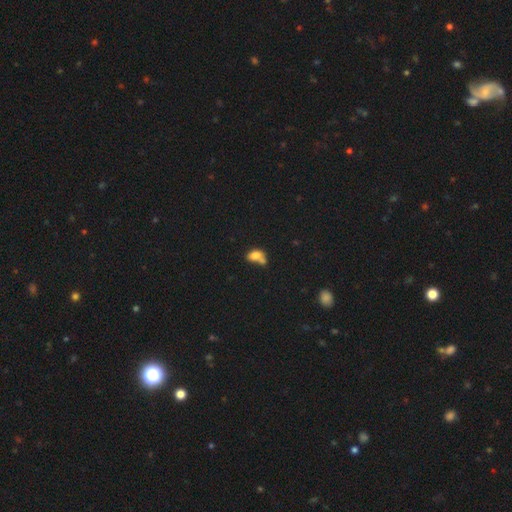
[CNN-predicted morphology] smooth-or-featured: smooth: 76% | featured or disk: 13% | star or artifact: 11%
  how-rounded: in between: 78% | round: 20% | cigar-shaped: 2%
  merging: merger: 51% | none: 25% | minor disturbance: 15% | major disturbance: 9%